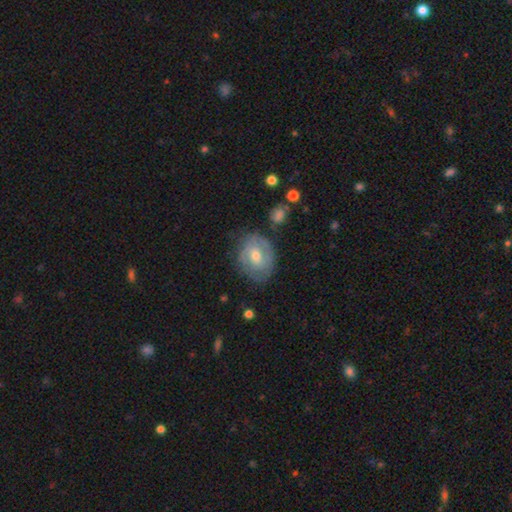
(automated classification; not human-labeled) The model was most divided on "bar" (2-way tie): weak: 45%, no: 45%, strong: 10%. More confident: edge-on disk — no (97%); spiral arms — yes (82%); merging — none (71%); smooth or featured — featured or disk (68%); bulge size — moderate (64%); spiral winding — tight (54%); spiral arm count — 2 (54%).